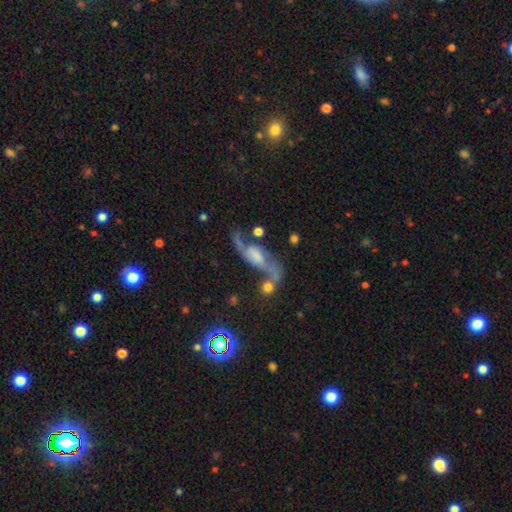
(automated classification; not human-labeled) A featured or disk galaxy (76%) with no bar (48%), 2 (90%) loose (75%) spiral arms (91%) and a moderate central bulge (31%).

Vote fractions:
- Smooth or featured? featured or disk: 76% / star or artifact: 12% / smooth: 11%
- Edge-on disk? no: 85% / yes: 15%
- Bar? no: 48% / weak: 37% / strong: 15%
- Spiral arms? yes: 91% / no: 9%
- Spiral winding? loose: 75% / medium: 19% / tight: 6%
- Spiral arm count? 2: 90% / 1: 4% / can't tell: 3% / 3: 1% / 4: 1% / more than 4: 1%
- Bulge size? moderate: 31% / small: 29% / none: 23% / large: 13% / dominant: 3%
- Merging? none: 46% / merger: 21% / minor disturbance: 17% / major disturbance: 15%